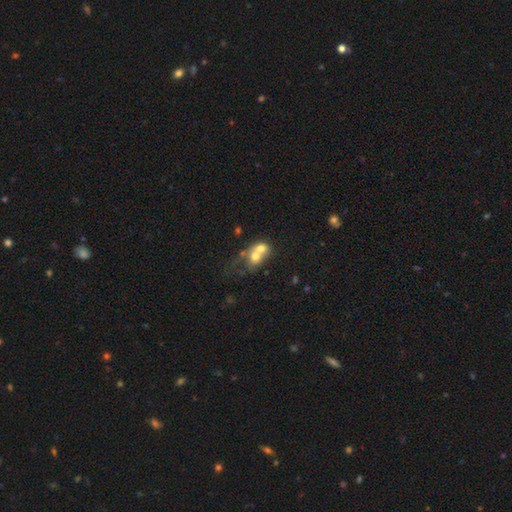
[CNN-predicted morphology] A smooth galaxy with no disk features (60%) that is round (51%). Merging: merger (73%).